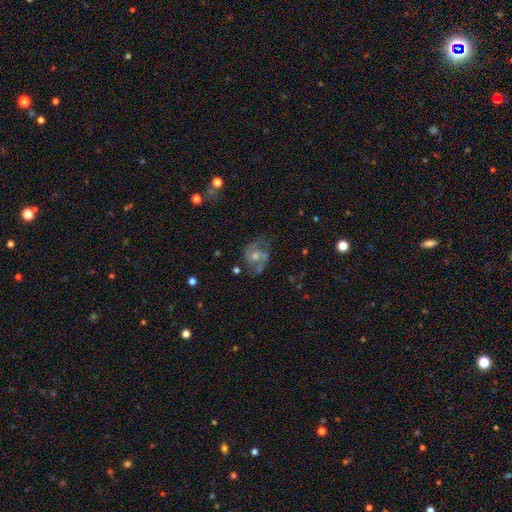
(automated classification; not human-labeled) Q: Smooth or featured?
A: featured or disk (67%); runner-up: smooth (18%)
Q: Edge-on disk?
A: no (97%); runner-up: yes (3%)
Q: Bar?
A: no (63%); runner-up: weak (31%)
Q: Spiral arms?
A: yes (84%); runner-up: no (16%)
Q: Spiral winding?
A: medium (50%); runner-up: loose (28%)
Q: Spiral arm count?
A: 2 (69%); runner-up: can't tell (16%)
Q: Bulge size?
A: moderate (47%); runner-up: small (41%)
Q: Merging?
A: none (60%); runner-up: minor disturbance (18%)